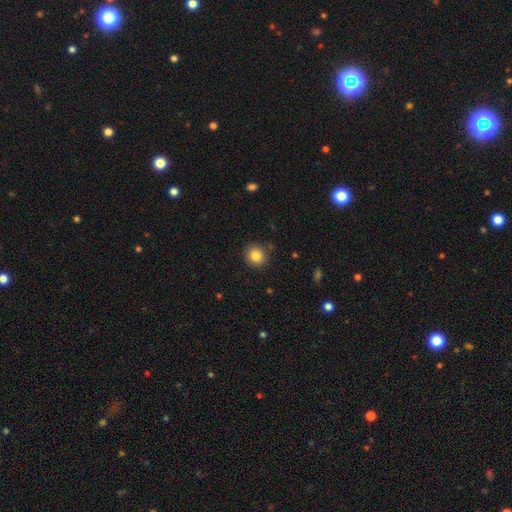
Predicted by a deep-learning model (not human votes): Morphology: type=smooth (85%); roundness=round (85%); merging=none (87%).